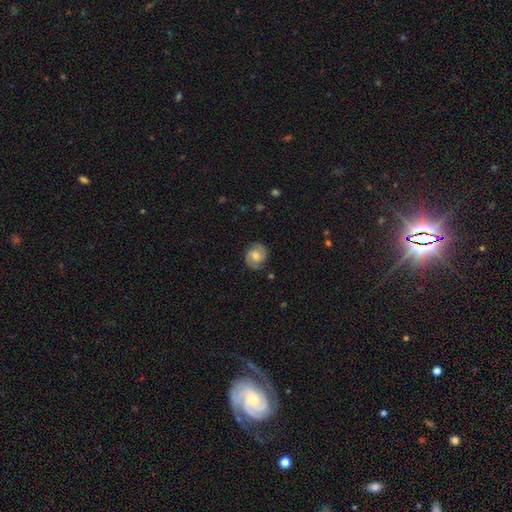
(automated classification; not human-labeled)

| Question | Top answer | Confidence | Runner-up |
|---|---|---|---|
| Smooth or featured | featured or disk | 63% | smooth (29%) |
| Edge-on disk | no | 98% | yes (2%) |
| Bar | no | 45% | tied: weak (45%) |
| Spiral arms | yes | 92% | no (8%) |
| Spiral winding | medium | 46% | tight (40%) |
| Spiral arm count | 2 | 86% | can't tell (7%) |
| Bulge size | moderate | 55% | small (33%) |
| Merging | none | 82% | minor disturbance (13%) |